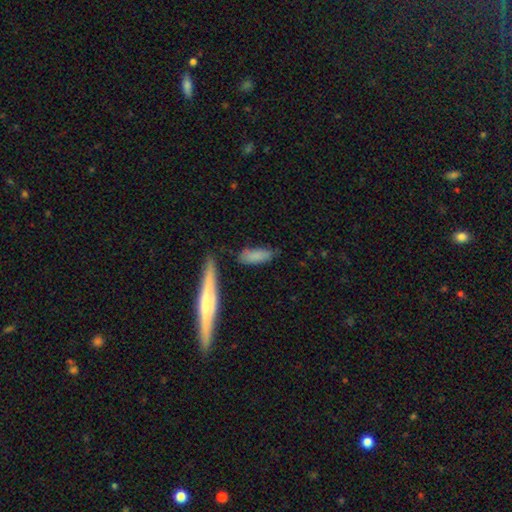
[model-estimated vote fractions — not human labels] Smooth or featured?
  - smooth: 79% *
  - featured or disk: 14%
  - star or artifact: 7%
How rounded?
  - in between: 58% *
  - cigar-shaped: 40%
  - round: 2%
Merging?
  - none: 65% *
  - minor disturbance: 23%
  - merger: 6%
  - major disturbance: 6%